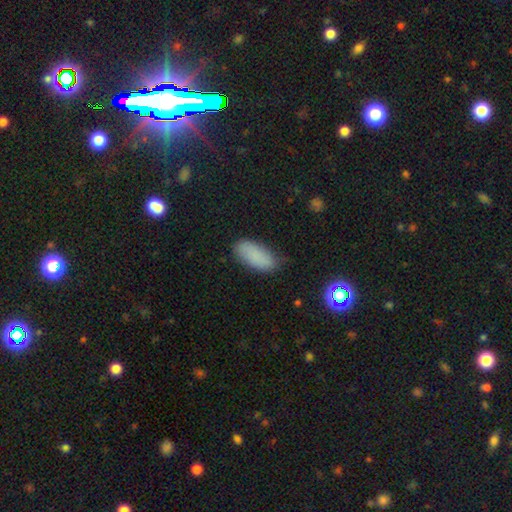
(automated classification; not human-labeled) Overall: smooth (86%). How rounded: in between (87%). Merging: none (77%).